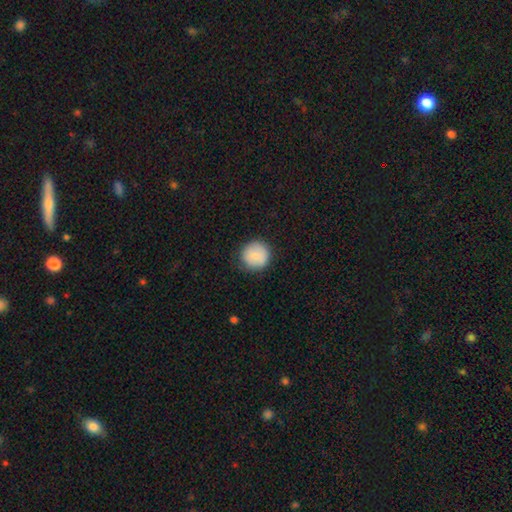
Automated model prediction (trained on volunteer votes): smooth 81%, featured or disk 11%, star or artifact 8%. Down the decision tree: how rounded — round (94%); merging — none (85%).